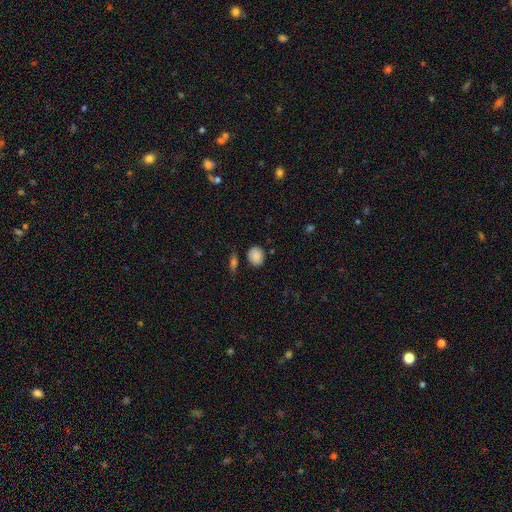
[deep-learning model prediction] Overall: smooth (87%). How rounded: round (63%; in between 35%). Merging: none (78%).